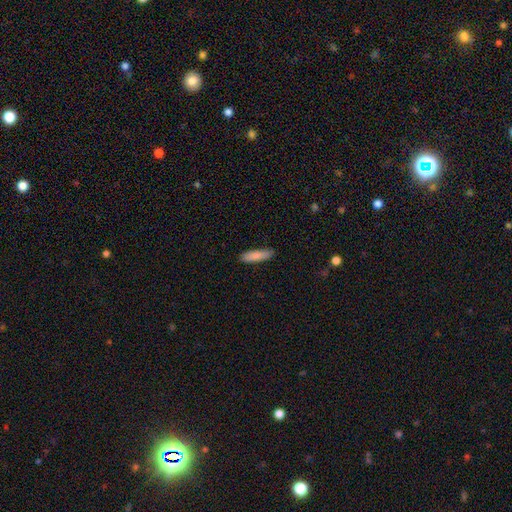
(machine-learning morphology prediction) Q: Smooth or featured?
A: smooth (85%); runner-up: featured or disk (9%)
Q: How rounded?
A: cigar-shaped (73%); runner-up: in between (25%)
Q: Merging?
A: none (87%); runner-up: minor disturbance (10%)